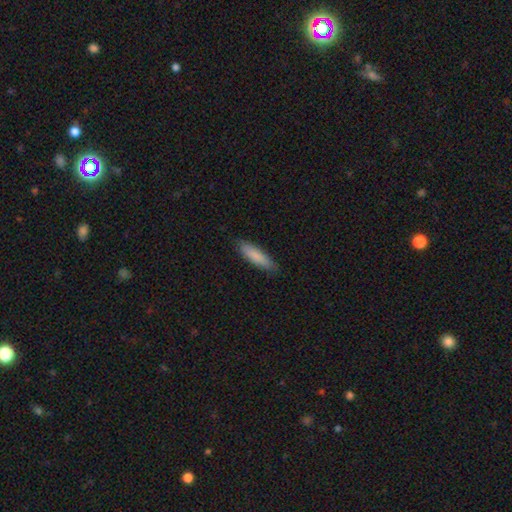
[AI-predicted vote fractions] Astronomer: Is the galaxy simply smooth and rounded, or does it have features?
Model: smooth — 85%.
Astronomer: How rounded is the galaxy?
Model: cigar-shaped — 68%.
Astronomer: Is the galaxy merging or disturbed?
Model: none — 86%.